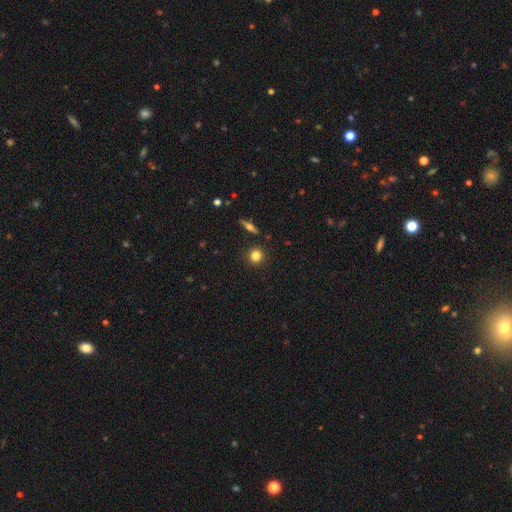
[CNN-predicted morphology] A smooth galaxy with no disk features (81%) that is round (91%).

Vote fractions:
- Smooth or featured? smooth: 81% / star or artifact: 11% / featured or disk: 9%
- How rounded? round: 91% / in between: 8% / cigar-shaped: 2%
- Merging? none: 90% / minor disturbance: 6% / merger: 2% / major disturbance: 2%